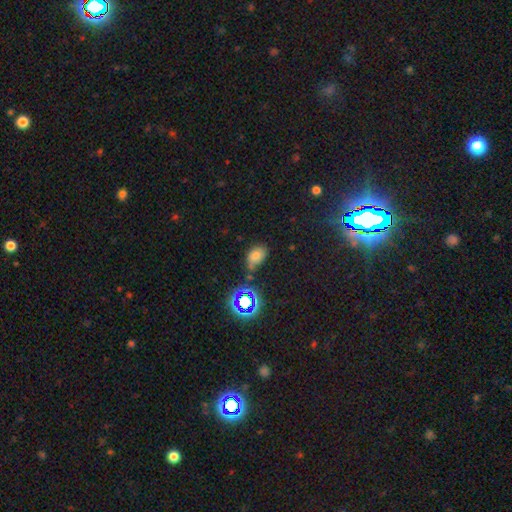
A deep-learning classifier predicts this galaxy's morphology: smooth-or-featured: smooth: 63% | star or artifact: 25% | featured or disk: 12%
  how-rounded: in between: 84% | round: 15% | cigar-shaped: 2%
  merging: none: 55% | minor disturbance: 27% | merger: 9% | major disturbance: 9%